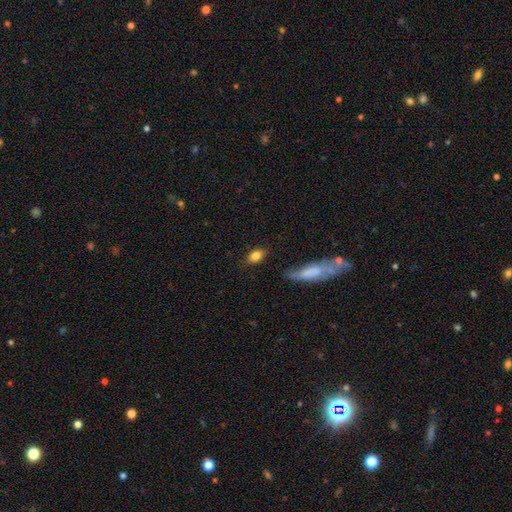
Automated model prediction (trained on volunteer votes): A smooth galaxy with no disk features (82%) that is in between round and cigar-shaped (82%). Merging: none (82%).